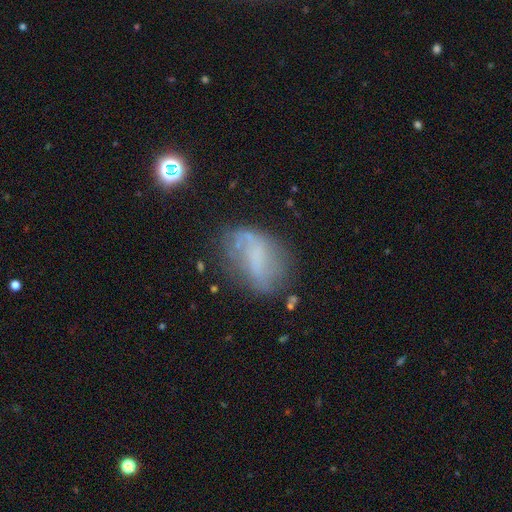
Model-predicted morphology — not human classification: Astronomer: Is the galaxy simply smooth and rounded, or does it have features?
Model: featured or disk — 47% (runner-up: smooth, 40%).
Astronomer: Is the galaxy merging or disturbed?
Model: none — 51%.